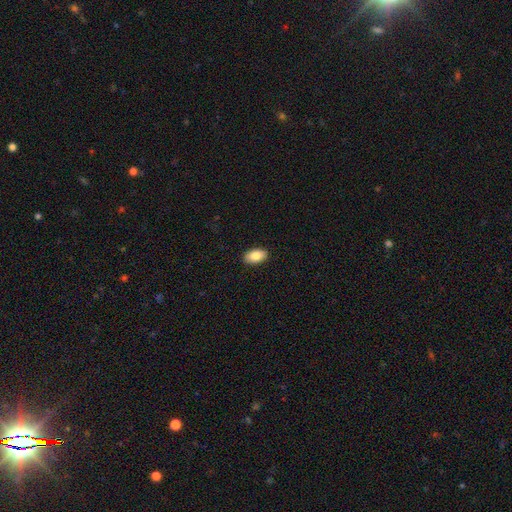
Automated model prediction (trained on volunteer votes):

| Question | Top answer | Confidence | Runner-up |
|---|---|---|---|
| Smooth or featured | smooth | 85% | featured or disk (8%) |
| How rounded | in between | 93% | round (4%) |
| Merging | none | 90% | minor disturbance (7%) |